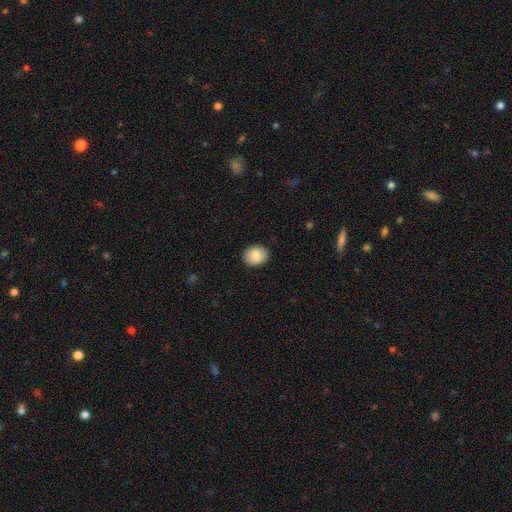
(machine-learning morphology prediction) Q: Smooth or featured?
A: smooth (84%); runner-up: featured or disk (8%)
Q: How rounded?
A: round (50%); runner-up: in between (49%)
Q: Merging?
A: none (90%); runner-up: minor disturbance (7%)